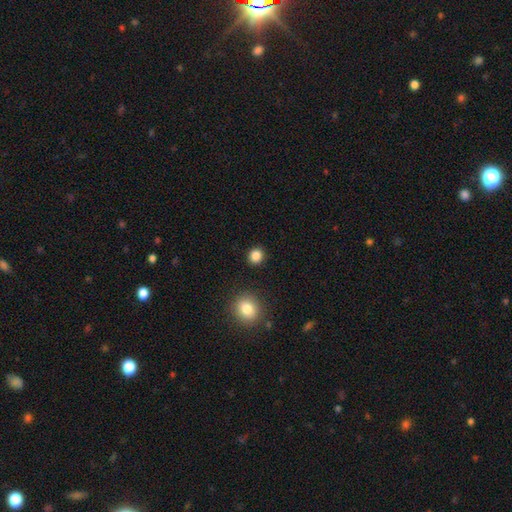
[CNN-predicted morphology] Smooth or featured: smooth — 86% (star or artifact — 11%)
How rounded: round — 87% (in between — 12%)
Merging: none — 91% (minor disturbance — 5%)